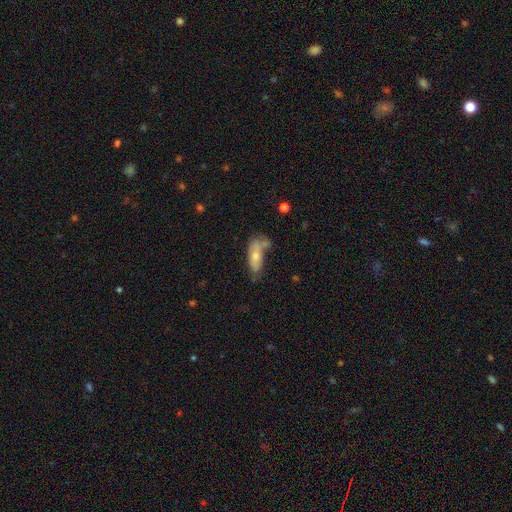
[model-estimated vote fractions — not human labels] smooth-or-featured: smooth: 65% | featured or disk: 27% | star or artifact: 7%
  how-rounded: in between: 71% | cigar-shaped: 26% | round: 3%
  merging: none: 38% | minor disturbance: 24% | merger: 24% | major disturbance: 14%